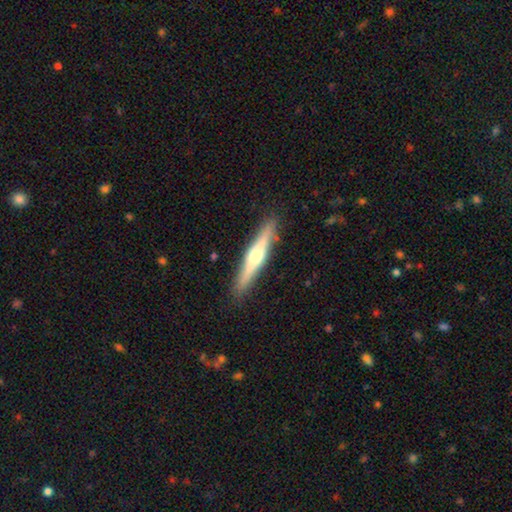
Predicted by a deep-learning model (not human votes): Q: Smooth or featured?
A: featured or disk (60%); runner-up: smooth (35%)
Q: Edge-on disk?
A: yes (97%); runner-up: no (3%)
Q: Edge-on bulge?
A: rounded (83%); runner-up: none (9%)
Q: Merging?
A: none (89%); runner-up: minor disturbance (8%)